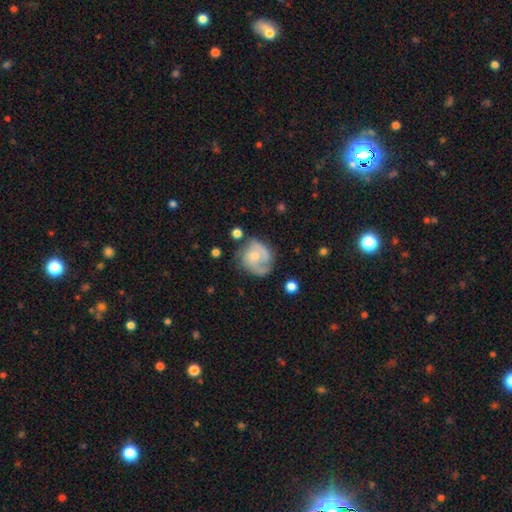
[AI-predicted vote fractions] Overall: featured or disk (58%; smooth 35%). Edge-on disk: no (98%). Bar: no (71%). Spiral arms: yes (76%). Bulge size: small (44%; moderate 41%). Merging: none (54%; minor disturbance 26%).